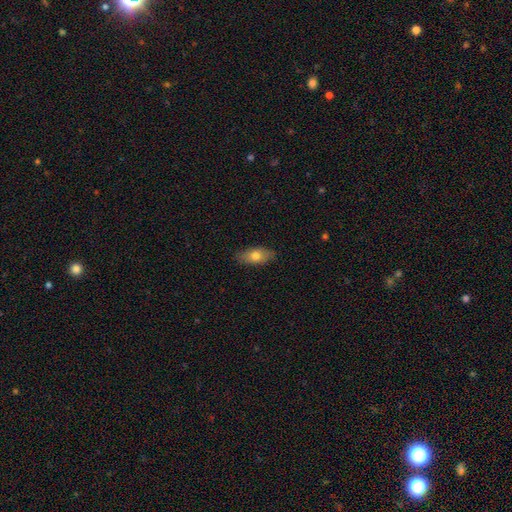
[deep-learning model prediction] smooth 73%, featured or disk 21%, star or artifact 7%. Down the decision tree: how rounded — in between (86%); merging — none (85%).